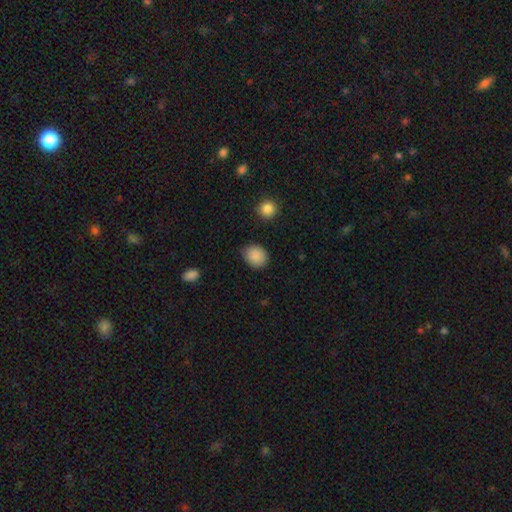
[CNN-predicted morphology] A smooth galaxy with no disk features (88%) that is round (54%).

Vote fractions:
- Smooth or featured? smooth: 88% / star or artifact: 8% / featured or disk: 4%
- How rounded? round: 54% / in between: 45% / cigar-shaped: 1%
- Merging? none: 79% / minor disturbance: 16% / major disturbance: 3% / merger: 2%